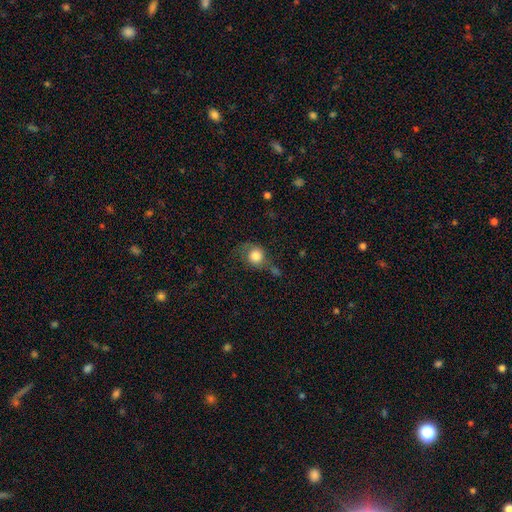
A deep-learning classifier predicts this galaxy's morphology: smooth-or-featured: smooth: 74% | featured or disk: 17% | star or artifact: 9%
  how-rounded: round: 78% | in between: 20% | cigar-shaped: 1%
  merging: none: 42% | minor disturbance: 26% | major disturbance: 20% | merger: 11%